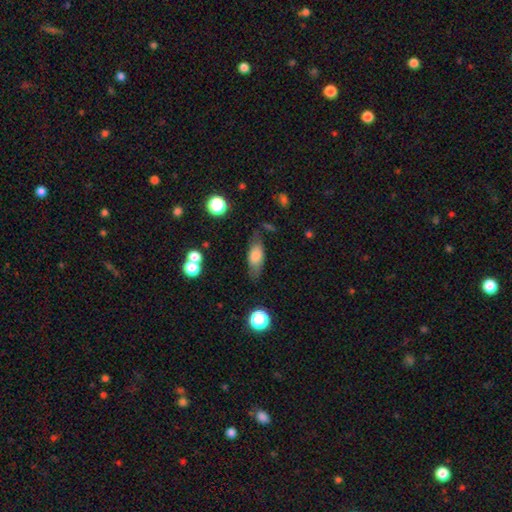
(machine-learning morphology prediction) Overall: smooth (71%). How rounded: in between (76%). Merging: none (67%).